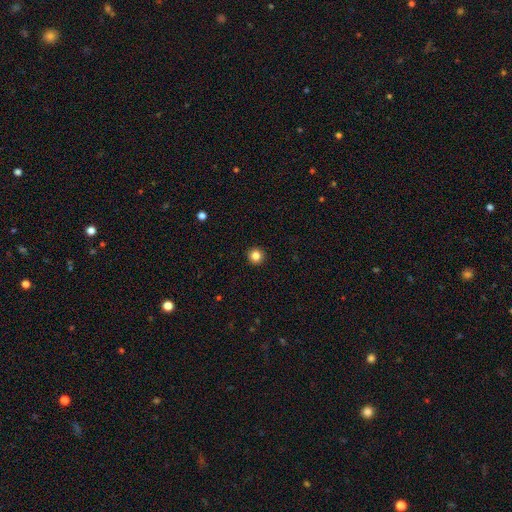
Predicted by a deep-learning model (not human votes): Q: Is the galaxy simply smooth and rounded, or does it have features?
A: smooth — 84%.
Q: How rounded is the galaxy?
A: round — 96%.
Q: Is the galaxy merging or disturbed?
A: none — 94%.